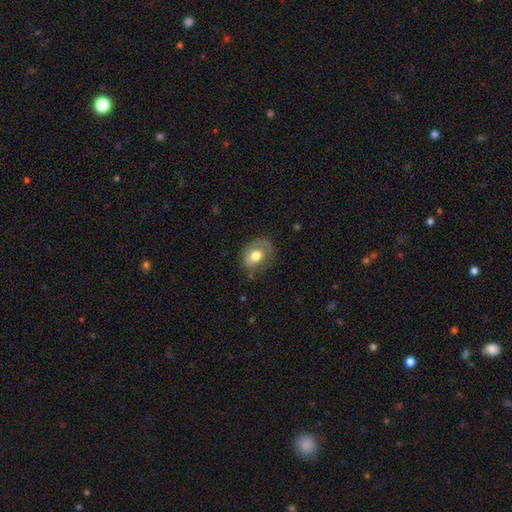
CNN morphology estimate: smooth-or-featured: smooth: 58% | featured or disk: 34% | star or artifact: 7%
  how-rounded: in between: 67% | round: 31% | cigar-shaped: 1%
  merging: none: 56% | minor disturbance: 28% | major disturbance: 15% | merger: 2%